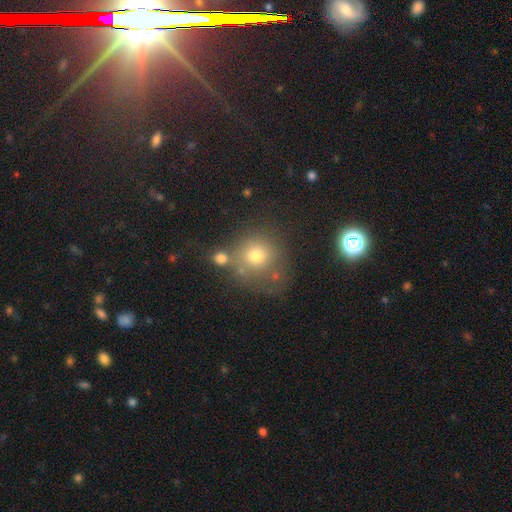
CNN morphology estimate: smooth 70%, star or artifact 17%, featured or disk 13%. Down the decision tree: how rounded — round (86%); merging — none (56%).